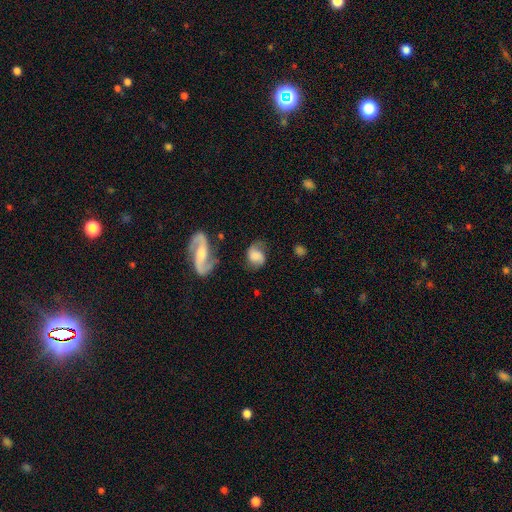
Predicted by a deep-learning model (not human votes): Smooth or featured: featured or disk — 56% (smooth — 35%)
Edge-on disk: no — 96% (yes — 4%)
Bar: no — 50% (weak — 38%)
Spiral arms: yes — 91% (no — 9%)
Bulge size: moderate — 28% (none — 25%)
Merging: none — 56% (minor disturbance — 24%)